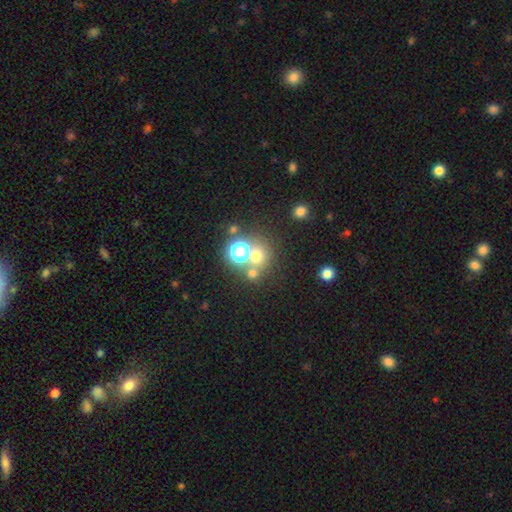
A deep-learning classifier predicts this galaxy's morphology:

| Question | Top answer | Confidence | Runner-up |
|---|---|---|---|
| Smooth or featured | smooth | 59% | star or artifact (31%) |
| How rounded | round | 85% | in between (14%) |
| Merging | none | 61% | merger (27%) |